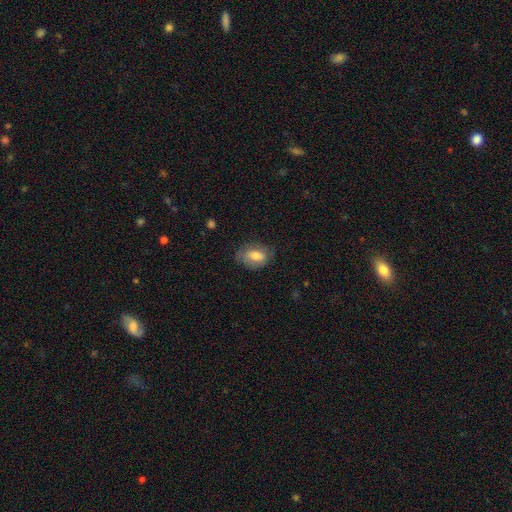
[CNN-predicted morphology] type=smooth (71%); roundness=in between (84%); merging=none (64%).